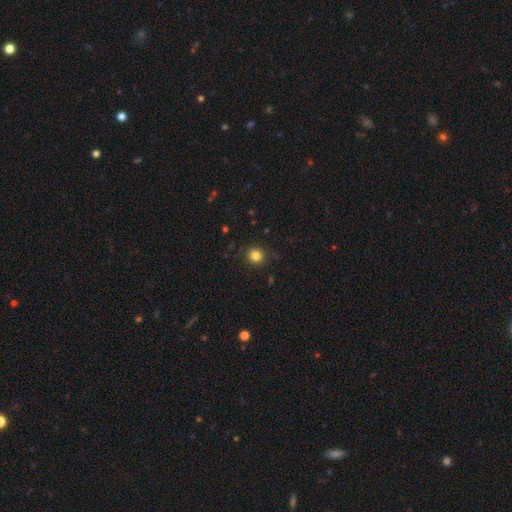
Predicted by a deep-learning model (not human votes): Overall: smooth (83%). How rounded: round (92%). Merging: none (90%).